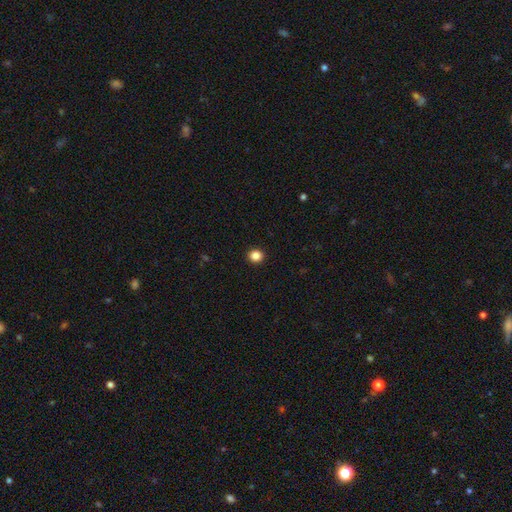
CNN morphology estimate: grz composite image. It shows a smooth galaxy with no disk features (85%) that is round (85%). Merging: none (93%).